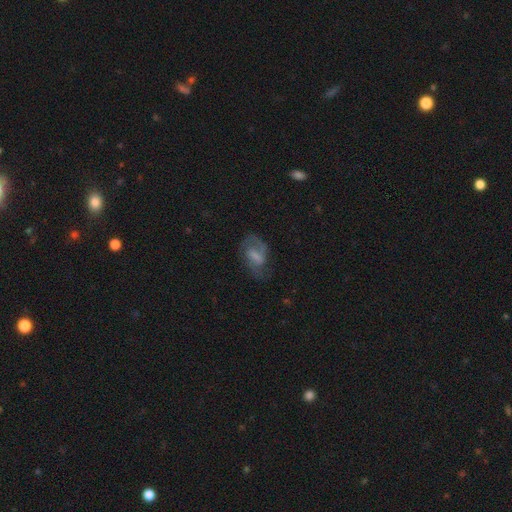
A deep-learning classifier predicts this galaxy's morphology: Q: Smooth or featured?
A: featured or disk (65%); runner-up: smooth (26%)
Q: Edge-on disk?
A: no (96%); runner-up: yes (4%)
Q: Bar?
A: weak (49%); runner-up: strong (30%)
Q: Spiral arms?
A: yes (86%); runner-up: no (14%)
Q: Spiral winding?
A: medium (49%); runner-up: loose (28%)
Q: Spiral arm count?
A: 2 (74%); runner-up: 1 (13%)
Q: Bulge size?
A: none (40%); runner-up: small (25%)
Q: Merging?
A: none (58%); runner-up: minor disturbance (22%)